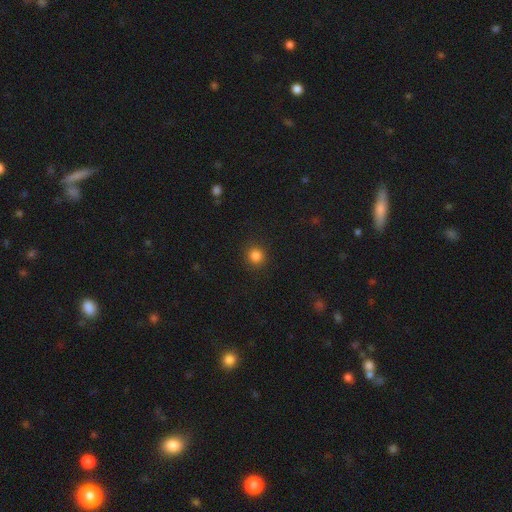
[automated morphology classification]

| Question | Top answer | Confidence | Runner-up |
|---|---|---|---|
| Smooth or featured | smooth | 84% | star or artifact (12%) |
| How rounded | round | 91% | in between (8%) |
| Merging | none | 90% | minor disturbance (6%) |